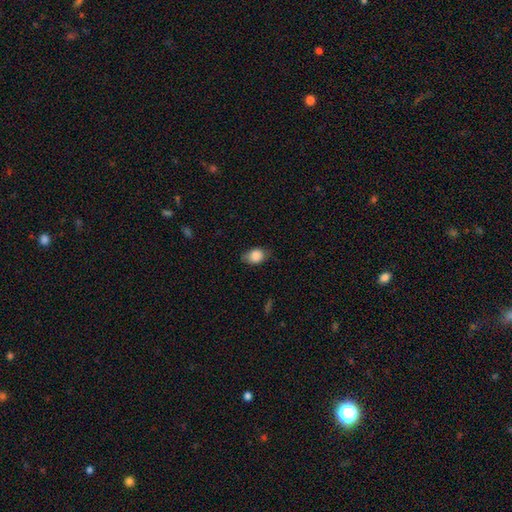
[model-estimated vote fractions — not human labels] Smooth or featured? smooth (85%)
How rounded? in between (74%)
Merging? none (69%)